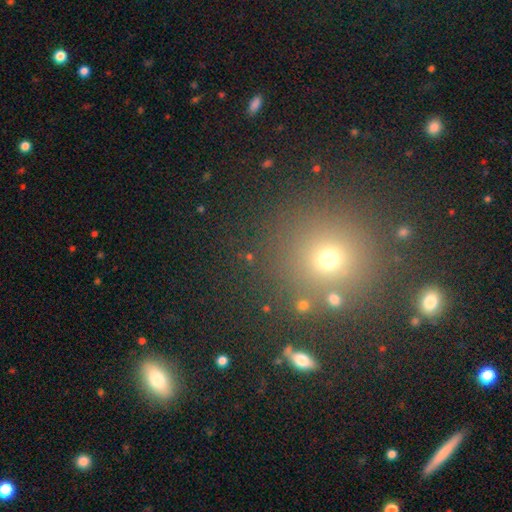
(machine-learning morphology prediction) Smooth or featured: smooth — 54% (star or artifact — 36%)
How rounded: round — 90% (in between — 9%)
Merging: none — 85% (minor disturbance — 7%)